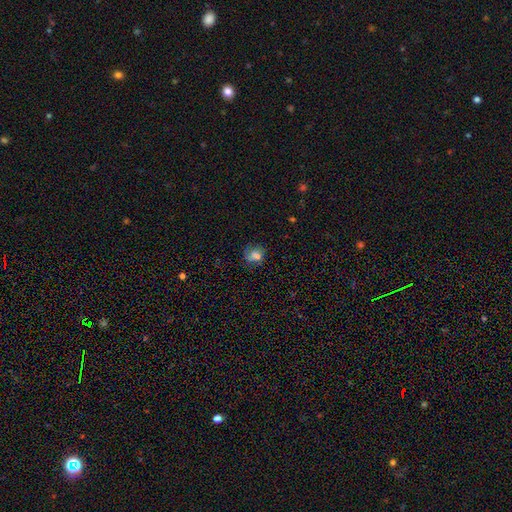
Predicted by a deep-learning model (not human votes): This is likely a smooth galaxy (60%). How rounded: likely round (71%). Merging: possibly none (58%).